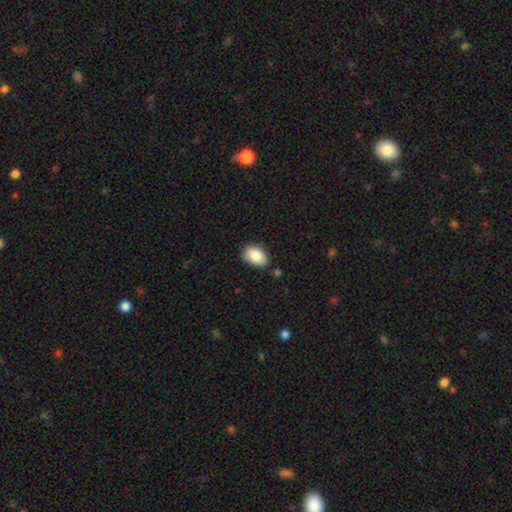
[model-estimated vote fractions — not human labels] Smooth or featured?
  - smooth: 88% *
  - star or artifact: 7%
  - featured or disk: 5%
How rounded?
  - in between: 89% *
  - round: 10%
  - cigar-shaped: 1%
Merging?
  - none: 80% *
  - minor disturbance: 15%
  - major disturbance: 3%
  - merger: 2%